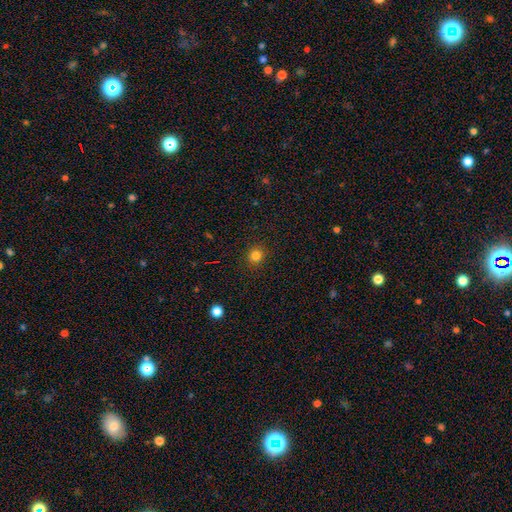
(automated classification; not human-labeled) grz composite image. It shows a smooth galaxy with no disk features (82%) that is round (89%). Merging: none (90%).